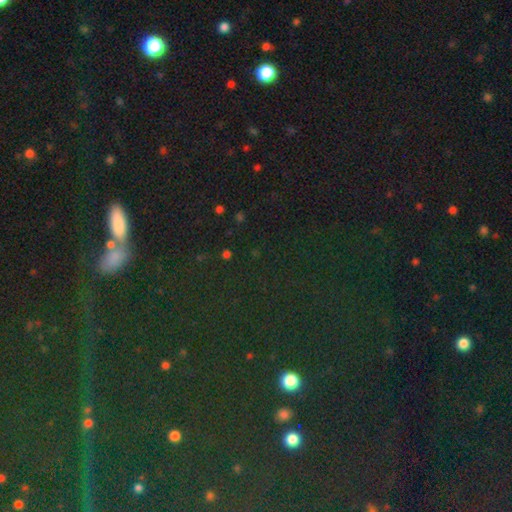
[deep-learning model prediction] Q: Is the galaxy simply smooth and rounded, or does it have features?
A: star or artifact — 60%.